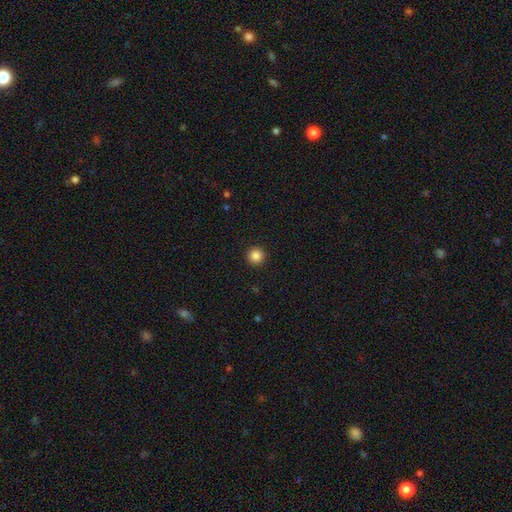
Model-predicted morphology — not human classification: Overall: smooth (86%). How rounded: round (96%). Merging: none (93%).